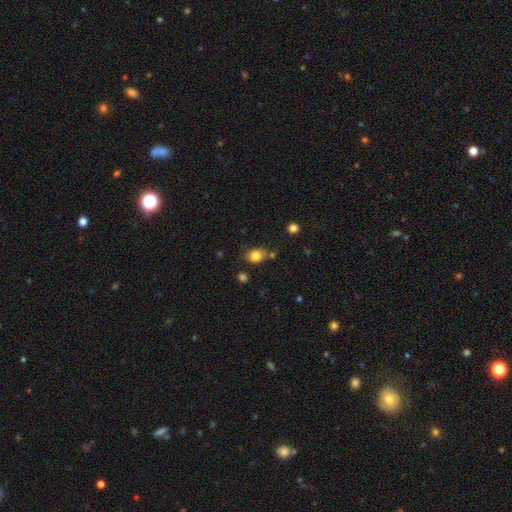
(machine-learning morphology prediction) smooth-or-featured: smooth: 83% | star or artifact: 11% | featured or disk: 7%
  how-rounded: round: 51% | in between: 48% | cigar-shaped: 1%
  merging: none: 70% | minor disturbance: 17% | merger: 9% | major disturbance: 4%